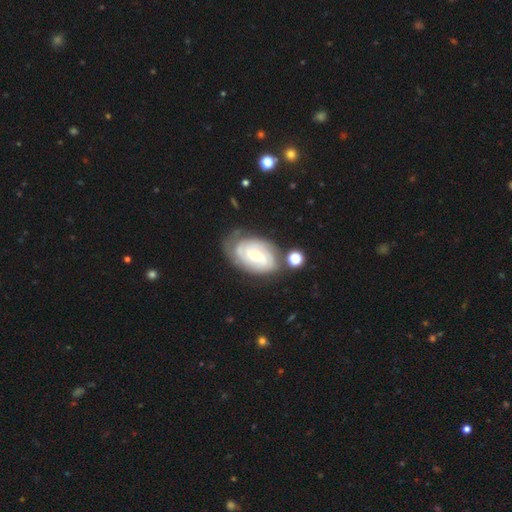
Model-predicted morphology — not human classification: A featured or disk galaxy (84%) with no bar (53%), 2 (31%) tight (70%) spiral arms (96%) and a small central bulge (52%).

Vote fractions:
- Smooth or featured? featured or disk: 84% / smooth: 11% / star or artifact: 5%
- Edge-on disk? no: 96% / yes: 4%
- Bar? no: 53% / weak: 38% / strong: 10%
- Spiral arms? yes: 96% / no: 4%
- Spiral winding? tight: 70% / medium: 25% / loose: 5%
- Spiral arm count? 2: 31% / can't tell: 26% / 3: 25% / 4: 9% / 1: 4% / more than 4: 4%
- Bulge size? small: 52% / moderate: 44% / large: 2% / none: 1% / dominant: 1%
- Merging? none: 67% / minor disturbance: 20% / major disturbance: 7% / merger: 5%